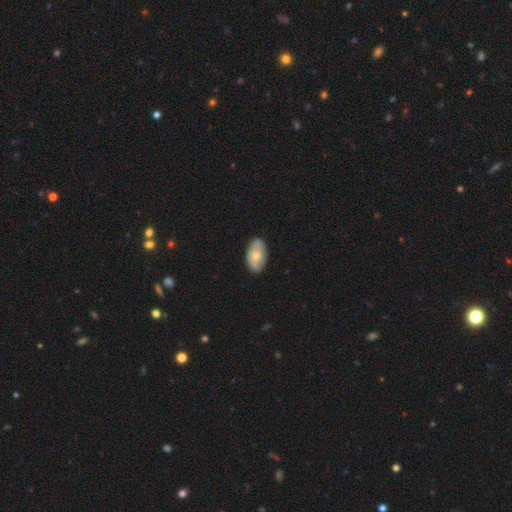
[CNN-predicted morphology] Smooth or featured? smooth (59%)
How rounded? in between (93%)
Merging? none (81%)